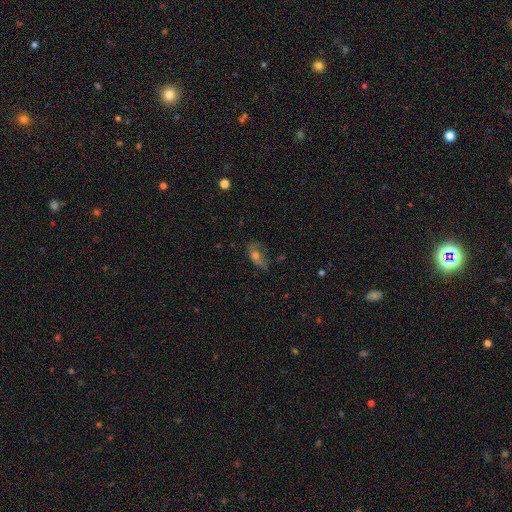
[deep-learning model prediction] Smooth or featured? smooth (46%)
Merging? none (56%)